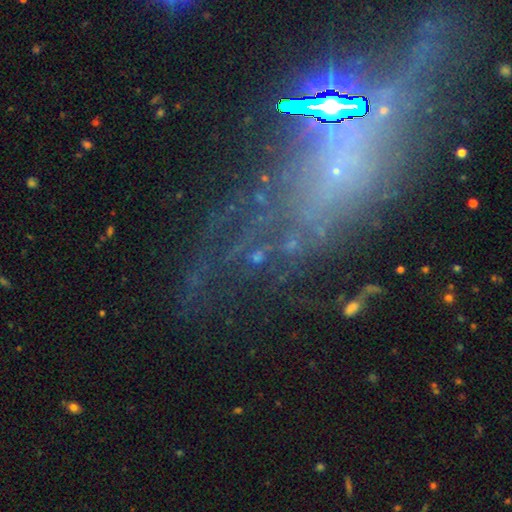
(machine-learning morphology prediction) A star or artifact, not a galaxy (52%).